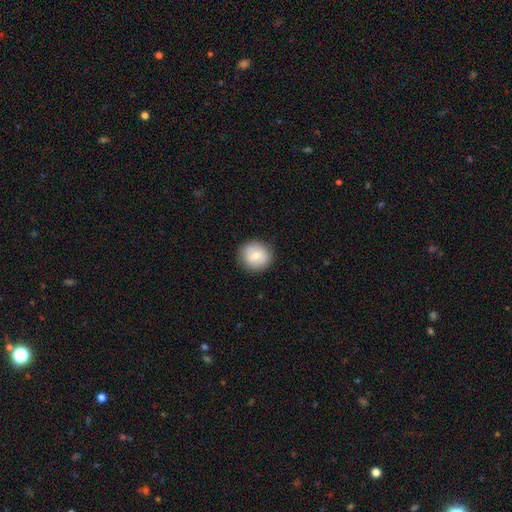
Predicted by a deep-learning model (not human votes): A smooth galaxy with no disk features (73%) that is round (88%). Merging: none (87%).